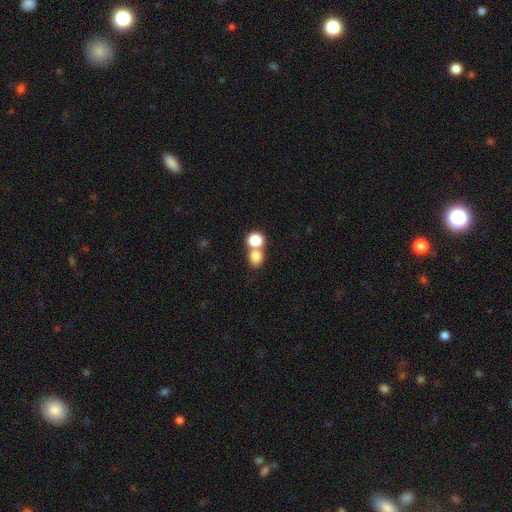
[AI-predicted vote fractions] Smooth or featured: smooth — 79% (star or artifact — 12%)
How rounded: round — 74% (in between — 25%)
Merging: merger — 49% (none — 42%)